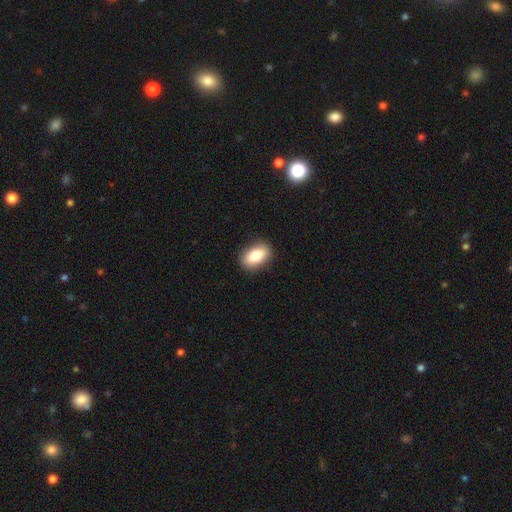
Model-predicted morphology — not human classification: This appears to be a smooth galaxy with no disk features (81%) that is in between round and cigar-shaped (87%). Merging: none (88%).